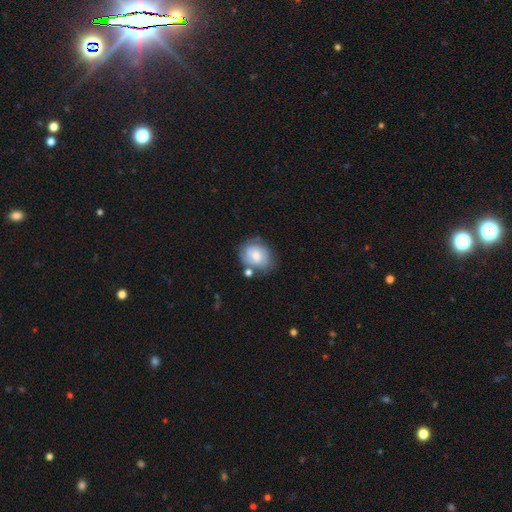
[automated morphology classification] Smooth or featured?
  - smooth: 53% *
  - featured or disk: 39%
  - star or artifact: 8%
How rounded?
  - round: 54% *
  - in between: 45%
  - cigar-shaped: 1%
Merging?
  - none: 59% *
  - minor disturbance: 22%
  - merger: 11%
  - major disturbance: 8%